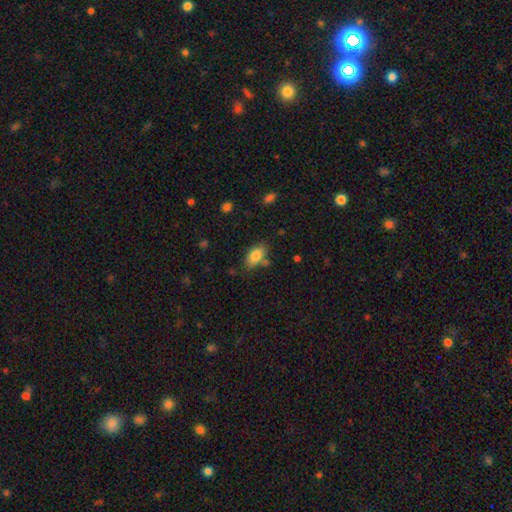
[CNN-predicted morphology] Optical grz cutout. It shows a smooth galaxy with no disk features (83%) that is in between round and cigar-shaped (91%). Merging: none (68%).